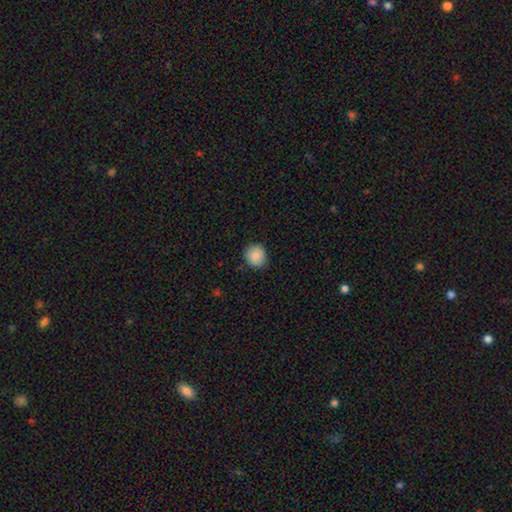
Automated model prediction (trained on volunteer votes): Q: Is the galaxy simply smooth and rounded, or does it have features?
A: smooth — 86%.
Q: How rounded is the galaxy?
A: round — 83%.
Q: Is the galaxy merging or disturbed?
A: none — 85%.